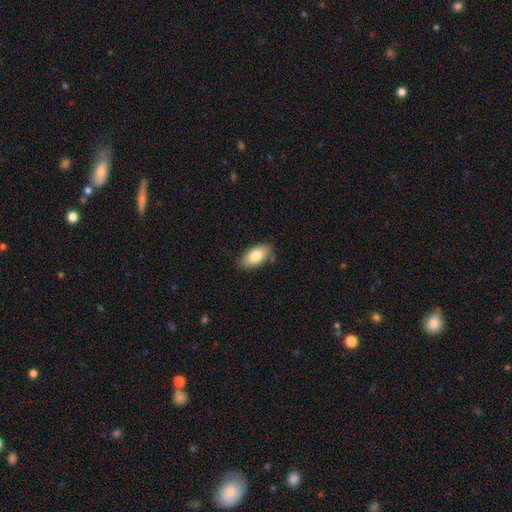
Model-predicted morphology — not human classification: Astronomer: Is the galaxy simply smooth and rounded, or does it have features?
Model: smooth — 79%.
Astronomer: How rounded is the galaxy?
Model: in between — 92%.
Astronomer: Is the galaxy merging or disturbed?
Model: none — 79%.